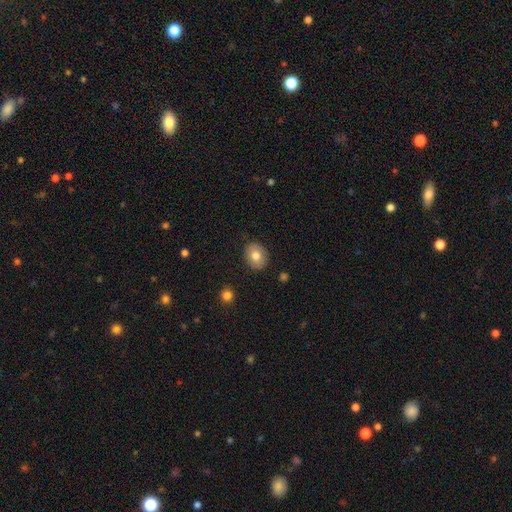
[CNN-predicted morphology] Smooth or featured?
  - smooth: 78% *
  - featured or disk: 14%
  - star or artifact: 8%
How rounded?
  - in between: 53% *
  - round: 46%
  - cigar-shaped: 1%
Merging?
  - none: 87% *
  - minor disturbance: 9%
  - major disturbance: 2%
  - merger: 1%